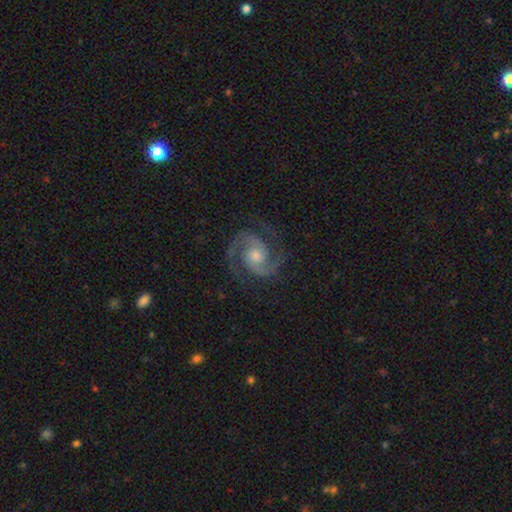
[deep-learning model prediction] Overall: featured or disk (92%). Edge-on disk: no (98%). Bar: no (62%; weak 31%). Spiral arms: yes (99%). Spiral arm count: 2 (93%). Spiral winding: medium (58%; tight 33%). Bulge size: moderate (60%; small 29%). Merging: none (83%).